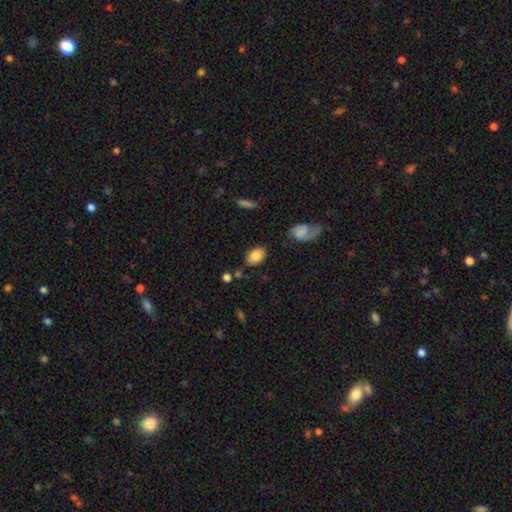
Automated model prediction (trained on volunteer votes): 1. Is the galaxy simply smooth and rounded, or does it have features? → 82% smooth, 11% featured or disk, 7% star or artifact.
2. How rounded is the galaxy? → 85% in between, 13% round, 1% cigar-shaped.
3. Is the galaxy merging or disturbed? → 76% none, 15% minor disturbance, 4% merger, 4% major disturbance.